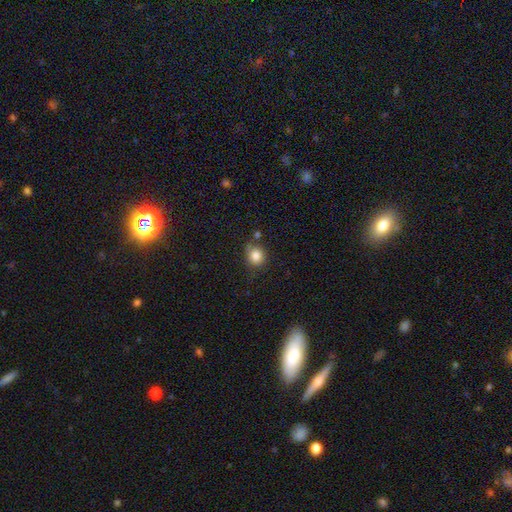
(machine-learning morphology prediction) smooth_or_featured: smooth (p=0.83) [alt: star or artifact p=0.10]
how_rounded: round (p=0.80) [alt: in between p=0.19]
merging: none (p=0.67) [alt: minor disturbance p=0.19]